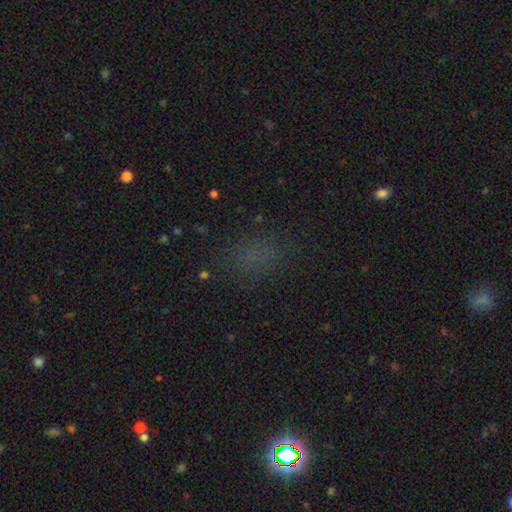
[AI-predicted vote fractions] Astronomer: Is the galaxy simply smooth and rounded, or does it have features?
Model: smooth — 56% (runner-up: star or artifact, 35%).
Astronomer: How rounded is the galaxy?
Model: in between — 63%.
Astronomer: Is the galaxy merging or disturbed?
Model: none — 78%.